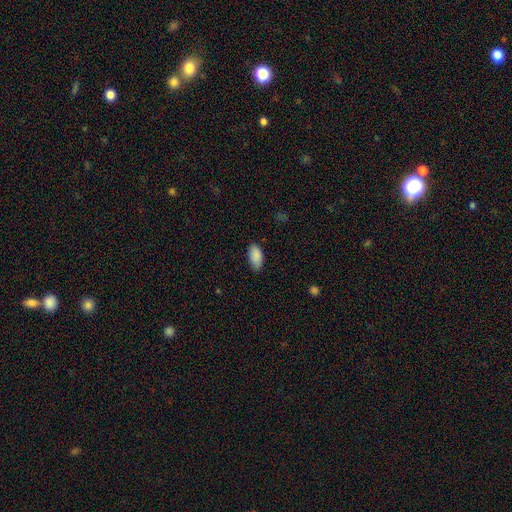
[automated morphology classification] smooth_or_featured: smooth (p=0.89) [alt: star or artifact p=0.07]
how_rounded: in between (p=0.93) [alt: cigar-shaped p=0.05]
merging: none (p=0.78) [alt: minor disturbance p=0.18]